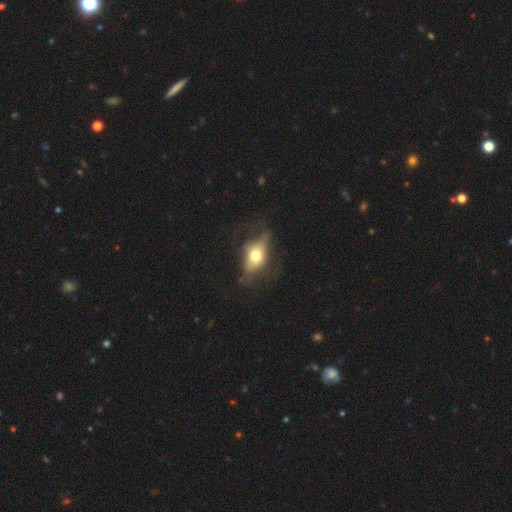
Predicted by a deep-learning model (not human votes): smooth 57%, featured or disk 35%, star or artifact 9%. Down the decision tree: how rounded — in between (79%); merging — none (47%).